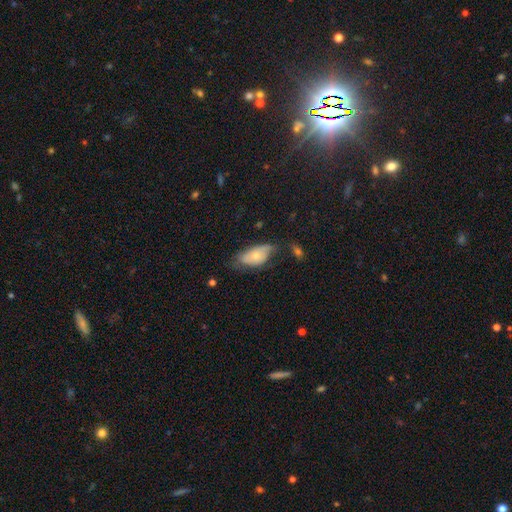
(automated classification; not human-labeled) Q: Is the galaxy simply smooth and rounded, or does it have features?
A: smooth — 62%.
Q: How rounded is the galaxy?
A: in between — 91%.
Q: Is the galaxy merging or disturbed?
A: none — 40%.